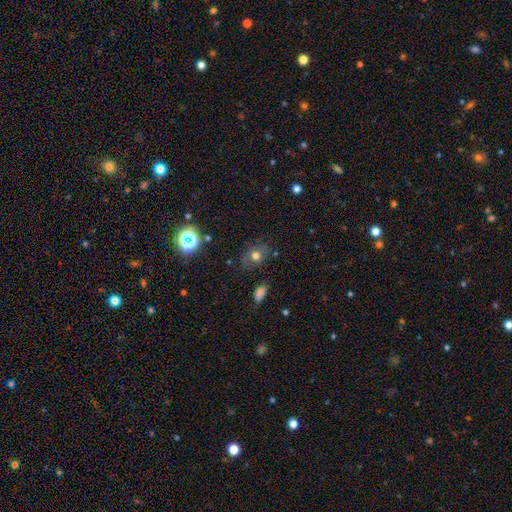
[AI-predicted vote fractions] smooth 65%, star or artifact 19%, featured or disk 15%. Down the decision tree: how rounded — round (53%); merging — none (75%).